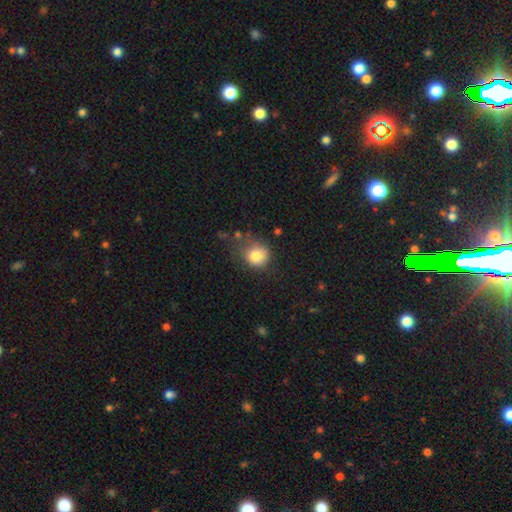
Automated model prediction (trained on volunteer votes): This appears to be a smooth galaxy with no disk features (80%) that is round (77%). Merging: none (44%).